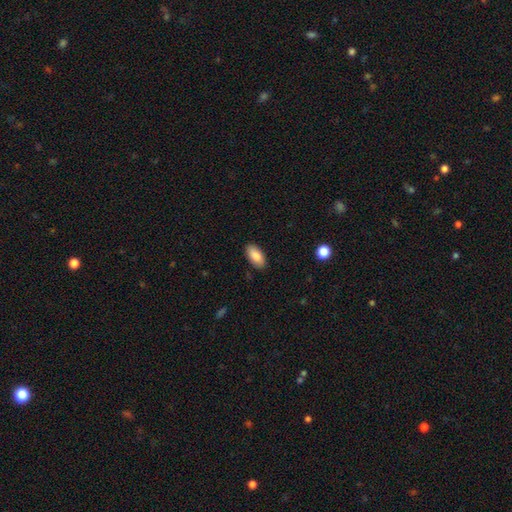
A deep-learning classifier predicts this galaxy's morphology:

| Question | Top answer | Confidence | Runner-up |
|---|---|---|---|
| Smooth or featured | smooth | 86% | featured or disk (7%) |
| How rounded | in between | 93% | cigar-shaped (5%) |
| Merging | none | 88% | minor disturbance (9%) |